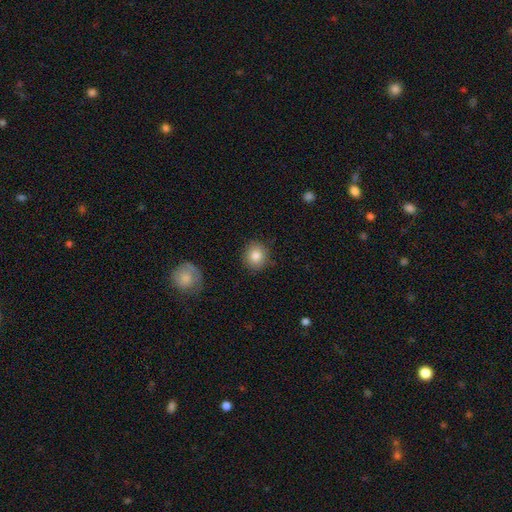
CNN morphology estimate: Smooth or featured? smooth (84%)
How rounded? round (85%)
Merging? none (87%)